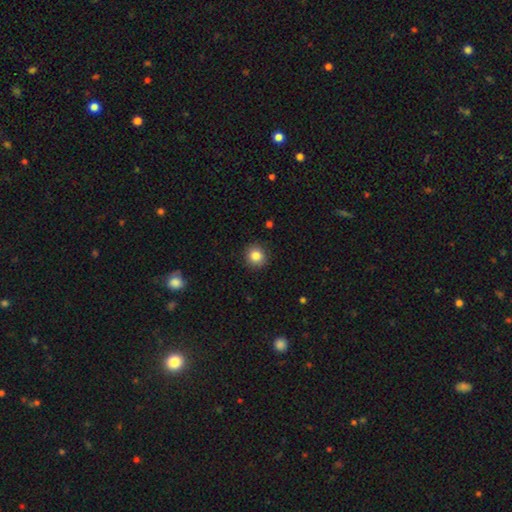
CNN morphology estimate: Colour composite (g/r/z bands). It shows a smooth galaxy with no disk features (84%) that is round (90%). Merging: none (91%).